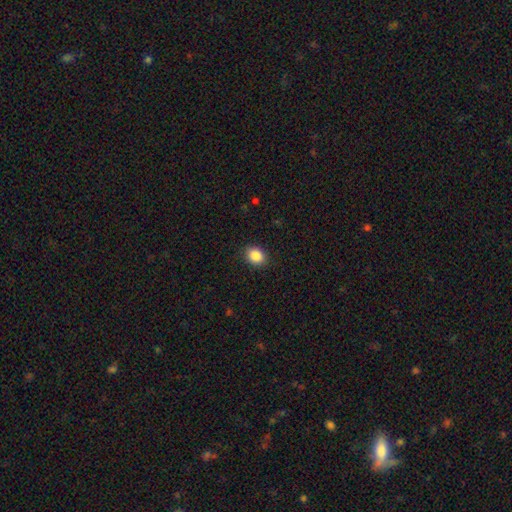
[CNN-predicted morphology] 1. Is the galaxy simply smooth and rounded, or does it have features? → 87% smooth, 9% star or artifact, 4% featured or disk.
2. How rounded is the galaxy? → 50% round, 49% in between, 1% cigar-shaped.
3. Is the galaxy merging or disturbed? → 89% none, 8% minor disturbance, 2% major disturbance, 1% merger.